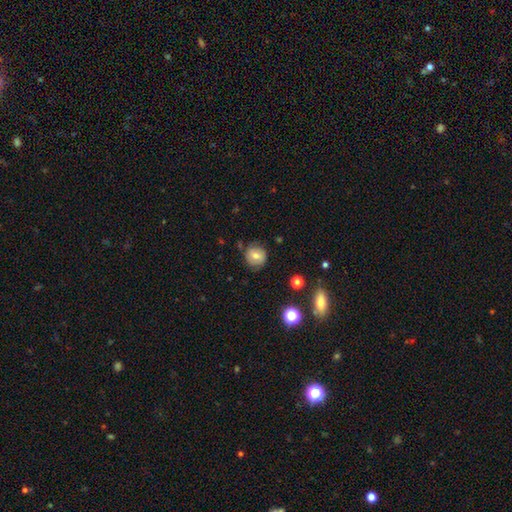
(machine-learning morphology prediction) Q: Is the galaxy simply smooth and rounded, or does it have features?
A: smooth — 59%.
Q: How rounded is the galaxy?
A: round — 87%.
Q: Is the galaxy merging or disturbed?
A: none — 76%.